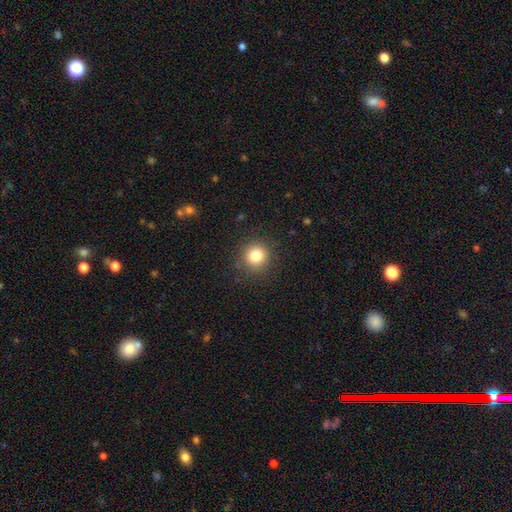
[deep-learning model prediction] A smooth galaxy with no disk features (81%) that is round (94%).

Vote fractions:
- Smooth or featured? smooth: 81% / star or artifact: 12% / featured or disk: 7%
- How rounded? round: 94% / in between: 5% / cigar-shaped: 1%
- Merging? none: 88% / minor disturbance: 8% / major disturbance: 3% / merger: 1%